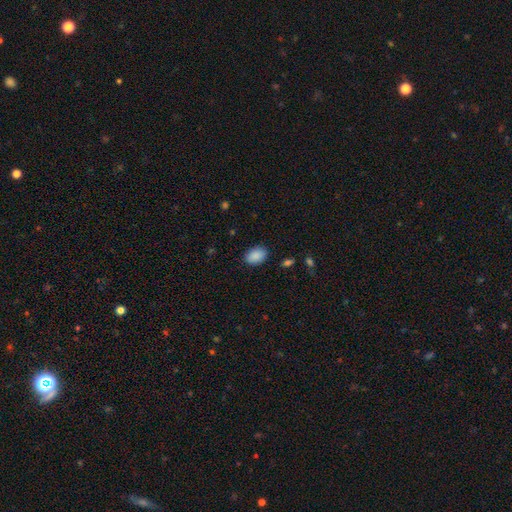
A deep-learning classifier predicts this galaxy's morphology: Smooth or featured?
  - smooth: 90% *
  - star or artifact: 7%
  - featured or disk: 3%
How rounded?
  - in between: 85% *
  - round: 14%
  - cigar-shaped: 1%
Merging?
  - none: 86% *
  - minor disturbance: 11%
  - major disturbance: 3%
  - merger: 1%